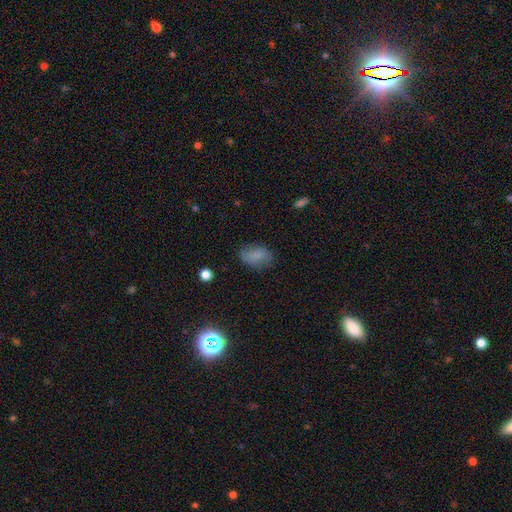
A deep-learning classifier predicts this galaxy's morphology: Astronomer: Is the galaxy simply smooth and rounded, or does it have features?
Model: smooth — 75%.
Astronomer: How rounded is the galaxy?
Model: in between — 87%.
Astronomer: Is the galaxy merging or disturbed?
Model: none — 69%.